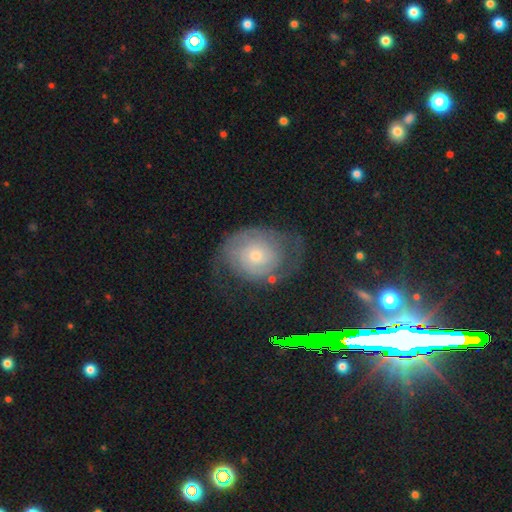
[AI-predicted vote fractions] featured or disk 70%, smooth 21%, star or artifact 10%. Down the decision tree: edge-on disk — no (96%); bar — no (81%); spiral arms — yes (86%); spiral arm count — 2 (53%); spiral winding — tight (61%); bulge size — small (62%); merging — none (61%).